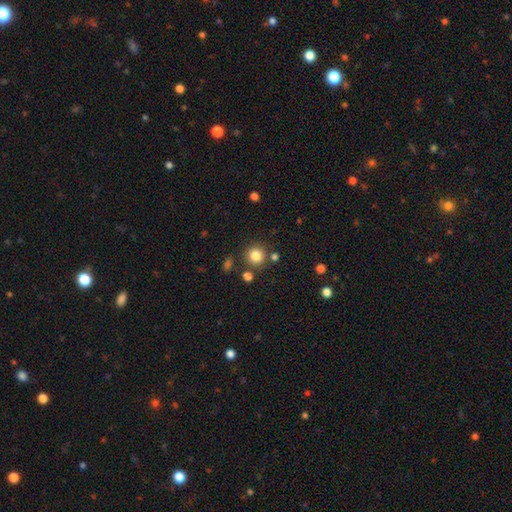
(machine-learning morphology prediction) smooth-or-featured: smooth: 83% | star or artifact: 12% | featured or disk: 6%
  how-rounded: round: 92% | in between: 7% | cigar-shaped: 1%
  merging: none: 81% | minor disturbance: 8% | merger: 7% | major disturbance: 3%